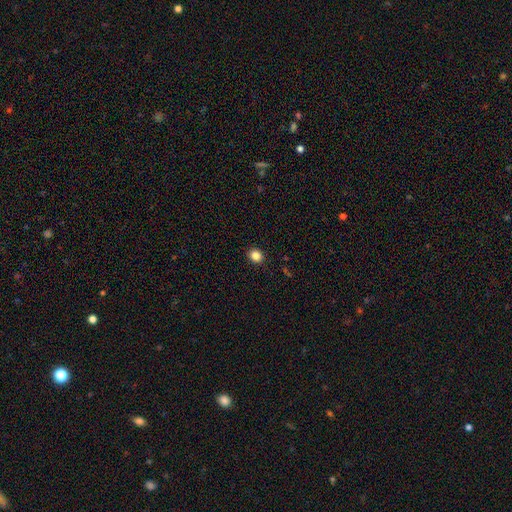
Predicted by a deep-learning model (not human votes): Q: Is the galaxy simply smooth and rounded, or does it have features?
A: smooth — 85%.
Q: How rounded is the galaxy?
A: round — 68%.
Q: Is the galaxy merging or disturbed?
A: none — 91%.